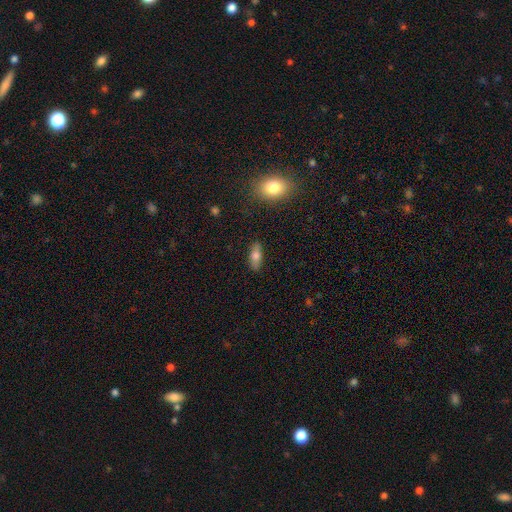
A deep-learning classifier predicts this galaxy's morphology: This is likely a smooth galaxy (70%). How rounded: likely in between (69%). Merging: clearly none (87%).